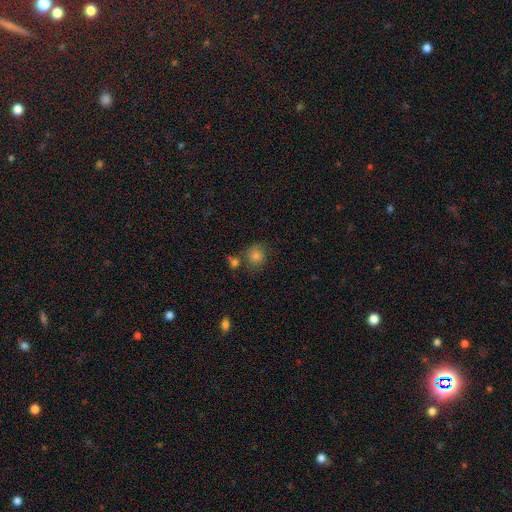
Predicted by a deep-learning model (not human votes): Smooth or featured? Predicted: smooth (p=0.75). How rounded? Predicted: round (p=0.86). Merging? Predicted: none (p=0.73).